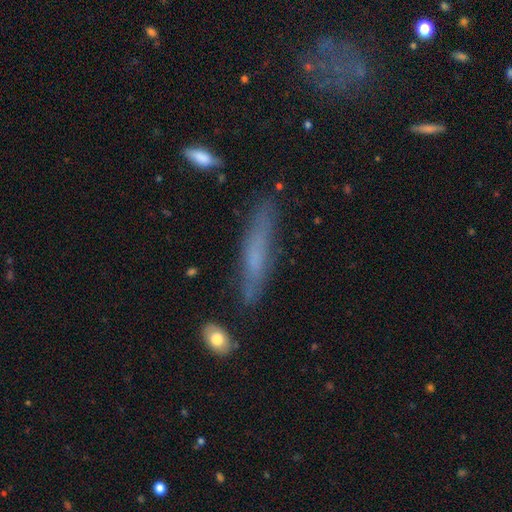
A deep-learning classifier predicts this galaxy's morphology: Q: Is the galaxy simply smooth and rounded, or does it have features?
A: smooth — 52%.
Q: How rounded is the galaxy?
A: cigar-shaped — 89%.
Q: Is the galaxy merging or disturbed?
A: none — 77%.